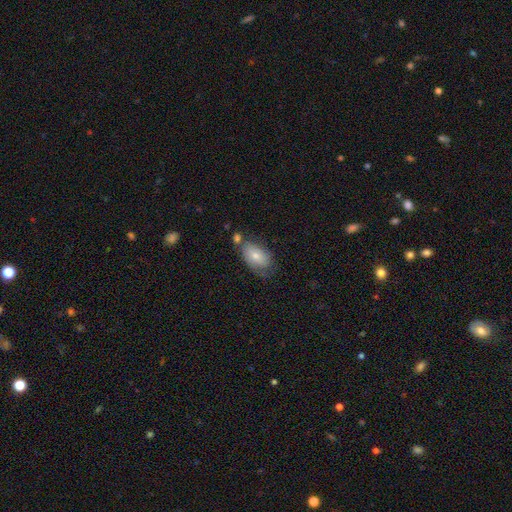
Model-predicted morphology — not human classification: Smooth or featured? Predicted: smooth (p=0.70). How rounded? Predicted: in between (p=0.91). Merging? Predicted: none (p=0.48).